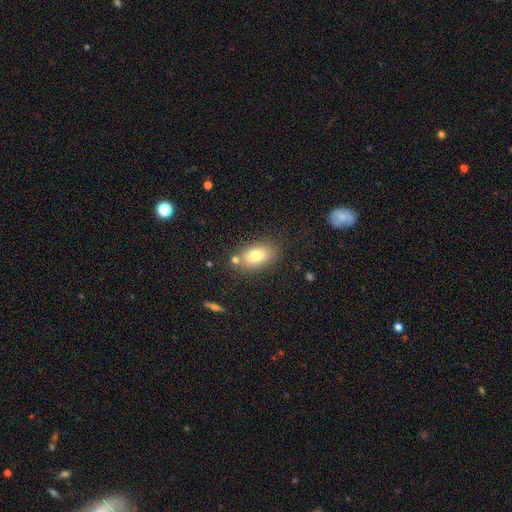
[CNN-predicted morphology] type=smooth (77%); roundness=in between (86%); merging=none (75%).